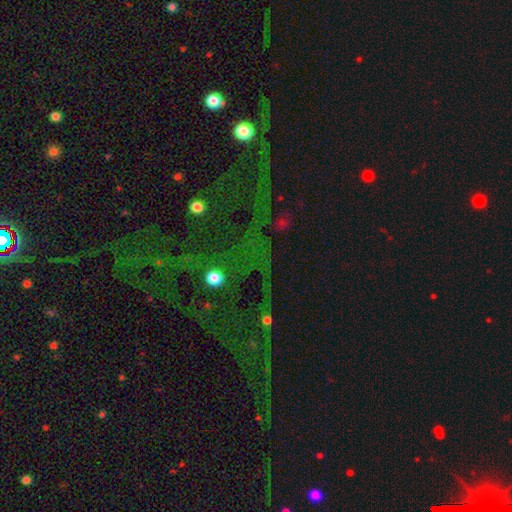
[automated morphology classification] Smooth or featured? star or artifact (79%)